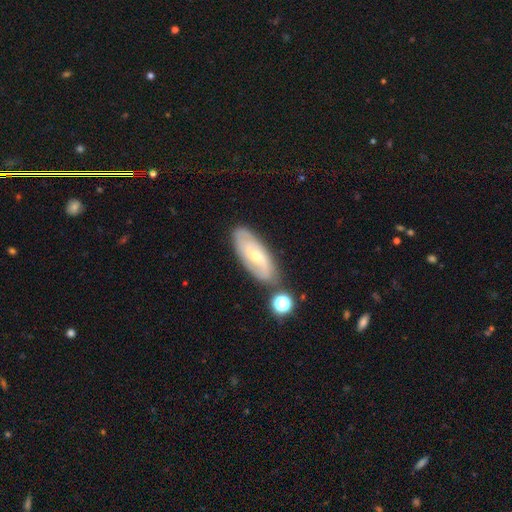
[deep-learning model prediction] Overall: featured or disk (70%). Edge-on disk: no (90%). Bar: weak (45%; no 43%). Spiral arms: yes (89%). Spiral arm count: 2 (66%). Spiral winding: medium (43%; tight 33%). Bulge size: small (56%; moderate 40%). Merging: none (75%).